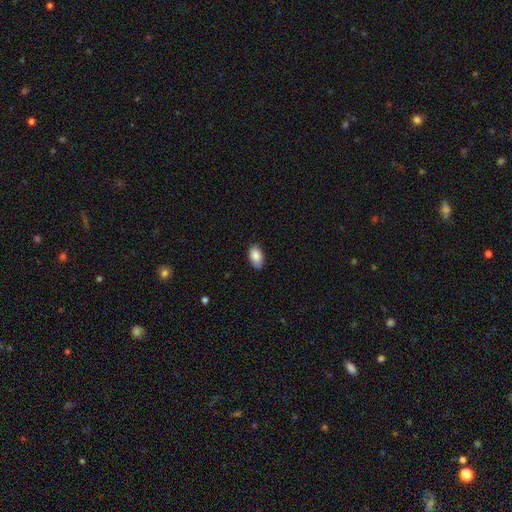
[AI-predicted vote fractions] Smooth or featured? smooth (88%)
How rounded? in between (94%)
Merging? none (84%)